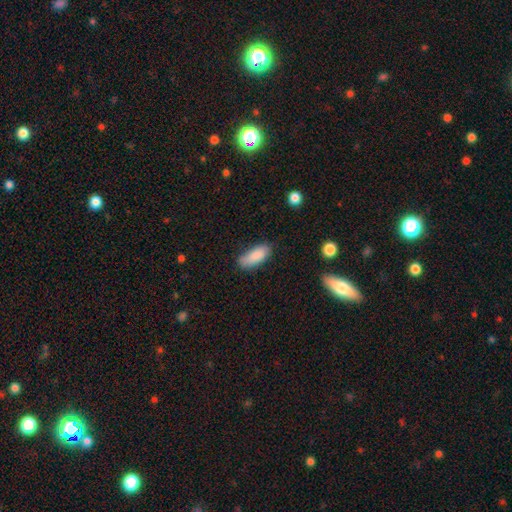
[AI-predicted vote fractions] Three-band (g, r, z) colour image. It shows a smooth galaxy with no disk features (87%) that is in between round and cigar-shaped (79%). Merging: none (71%).